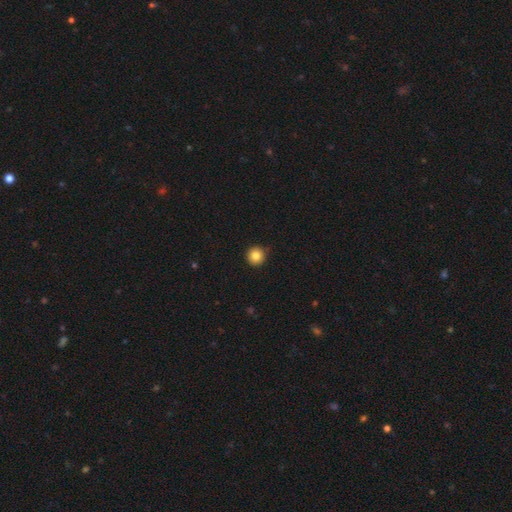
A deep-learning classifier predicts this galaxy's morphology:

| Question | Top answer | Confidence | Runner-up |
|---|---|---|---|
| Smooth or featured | smooth | 83% | star or artifact (10%) |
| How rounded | round | 95% | in between (4%) |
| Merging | none | 90% | minor disturbance (8%) |